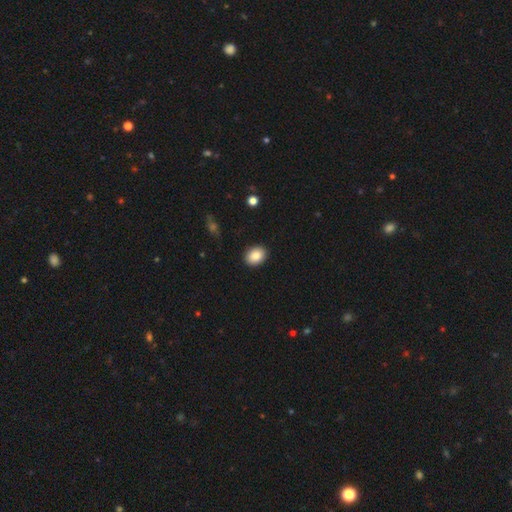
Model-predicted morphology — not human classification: type=smooth (84%); roundness=in between (64%); merging=none (91%).